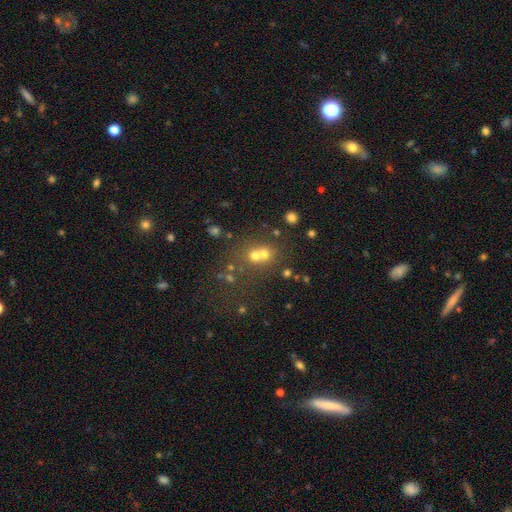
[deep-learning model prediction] A smooth galaxy with no disk features (61%) that is round (81%).

Vote fractions:
- Smooth or featured? smooth: 61% / star or artifact: 22% / featured or disk: 17%
- How rounded? round: 81% / in between: 18% / cigar-shaped: 1%
- Merging? merger: 50% / none: 40% / minor disturbance: 6% / major disturbance: 4%